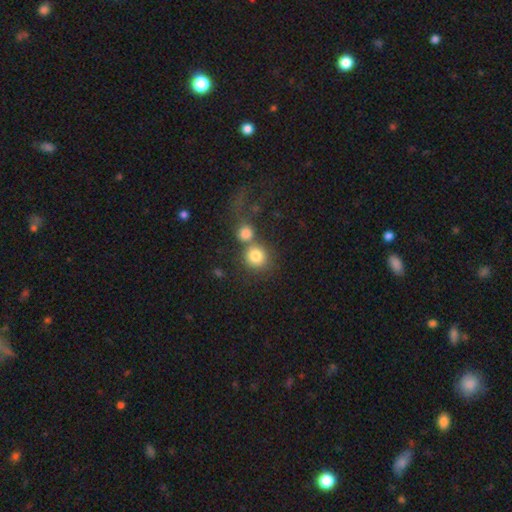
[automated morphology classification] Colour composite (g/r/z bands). It shows a smooth galaxy with no disk features (80%) that is round (88%). Merging: merger (43%).